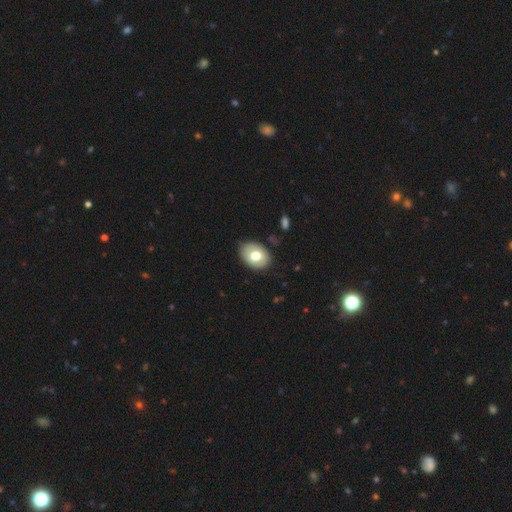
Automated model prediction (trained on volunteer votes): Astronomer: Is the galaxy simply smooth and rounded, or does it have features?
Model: smooth — 70%.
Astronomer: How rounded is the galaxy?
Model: in between — 73%.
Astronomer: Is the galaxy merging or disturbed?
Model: none — 83%.